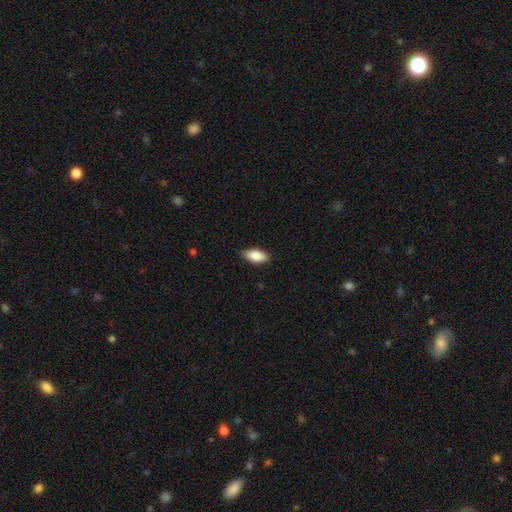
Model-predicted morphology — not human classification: Smooth or featured: smooth — 84% (featured or disk — 10%)
How rounded: in between — 86% (cigar-shaped — 11%)
Merging: none — 88% (minor disturbance — 9%)